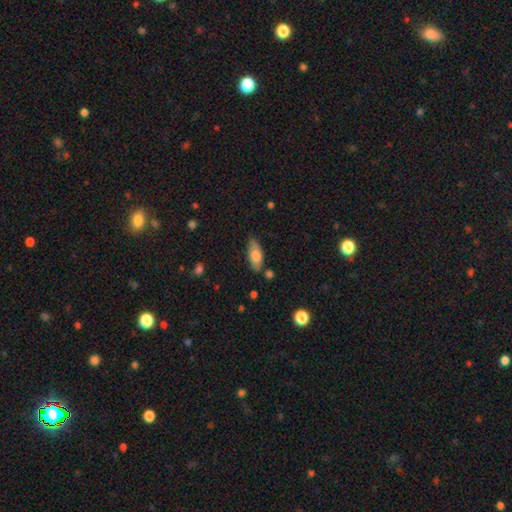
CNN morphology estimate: Smooth or featured: smooth — 69% (featured or disk — 25%)
How rounded: in between — 81% (cigar-shaped — 16%)
Merging: none — 76% (minor disturbance — 17%)